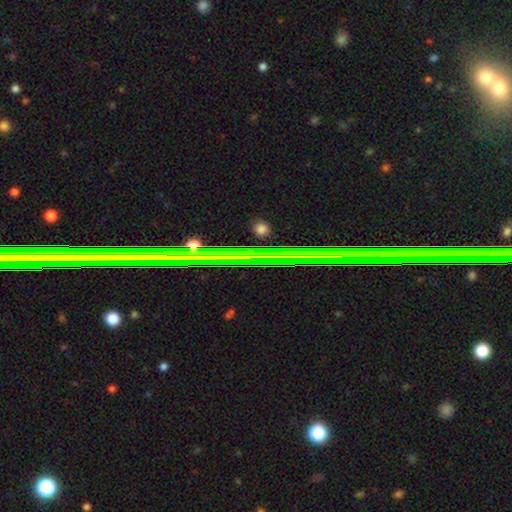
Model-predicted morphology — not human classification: A star or artifact, not a galaxy (68%).